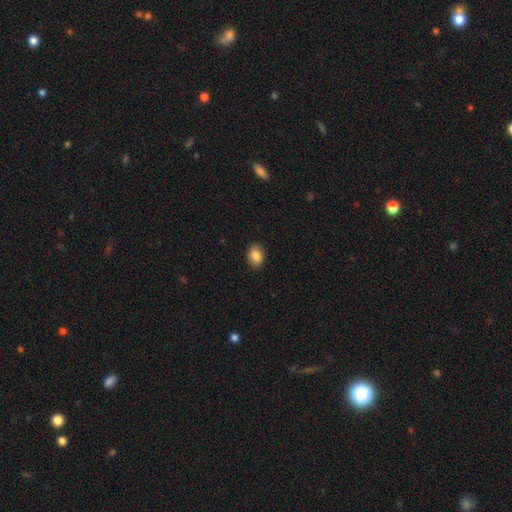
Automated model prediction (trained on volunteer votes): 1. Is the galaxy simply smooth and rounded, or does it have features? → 85% smooth, 8% star or artifact, 7% featured or disk.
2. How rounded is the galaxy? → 72% in between, 27% round, 1% cigar-shaped.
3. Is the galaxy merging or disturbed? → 89% none, 8% minor disturbance, 2% major disturbance, 1% merger.